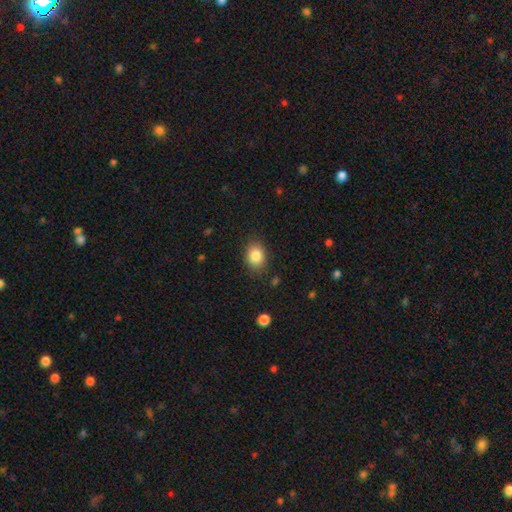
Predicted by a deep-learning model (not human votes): Overall: smooth (85%). How rounded: in between (63%; round 36%). Merging: none (84%).